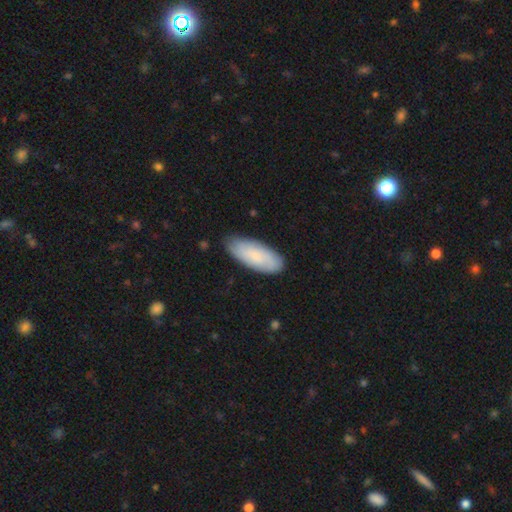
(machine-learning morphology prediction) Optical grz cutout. It shows a smooth galaxy with no disk features (76%) that is in between round and cigar-shaped (80%). Merging: none (82%).